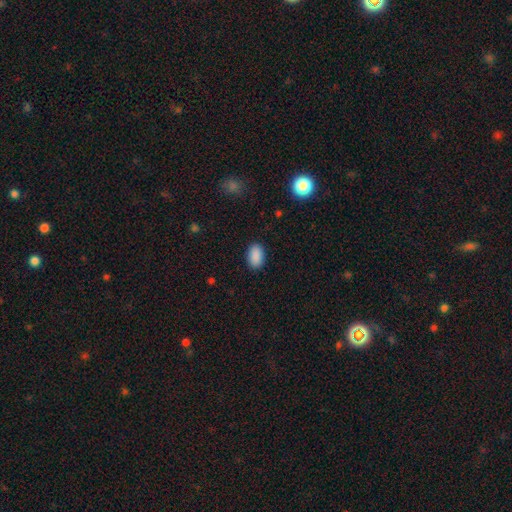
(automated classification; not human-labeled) Smooth or featured: smooth — 90% (star or artifact — 8%)
How rounded: in between — 90% (round — 9%)
Merging: none — 88% (minor disturbance — 9%)